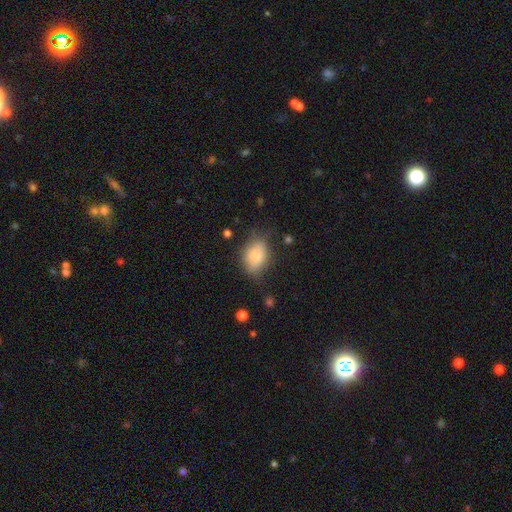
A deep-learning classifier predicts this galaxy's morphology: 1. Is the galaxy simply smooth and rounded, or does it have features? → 77% smooth, 14% featured or disk, 9% star or artifact.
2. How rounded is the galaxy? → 75% in between, 22% round, 2% cigar-shaped.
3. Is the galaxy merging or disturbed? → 57% none, 29% minor disturbance, 11% major disturbance, 3% merger.